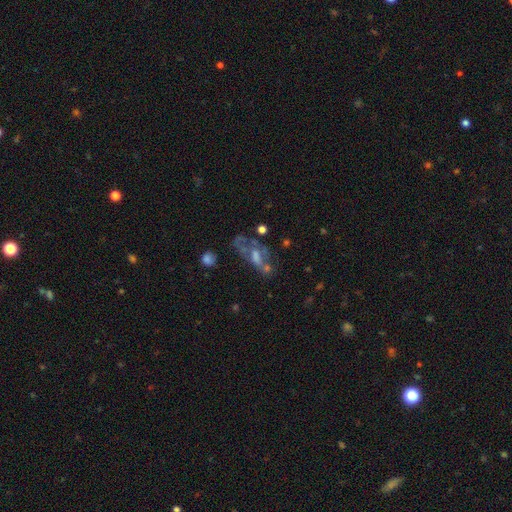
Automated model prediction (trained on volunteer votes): Smooth or featured?
  - featured or disk: 58% *
  - smooth: 25%
  - star or artifact: 17%
Edge-on disk?
  - no: 87% *
  - yes: 13%
Bar?
  - no: 67% *
  - weak: 25%
  - strong: 8%
Spiral arms?
  - no: 70% *
  - yes: 30%
Bulge size?
  - moderate: 39% *
  - small: 27%
  - none: 24%
  - large: 8%
  - dominant: 2%
Merging?
  - none: 37% *
  - major disturbance: 28%
  - minor disturbance: 18%
  - merger: 17%